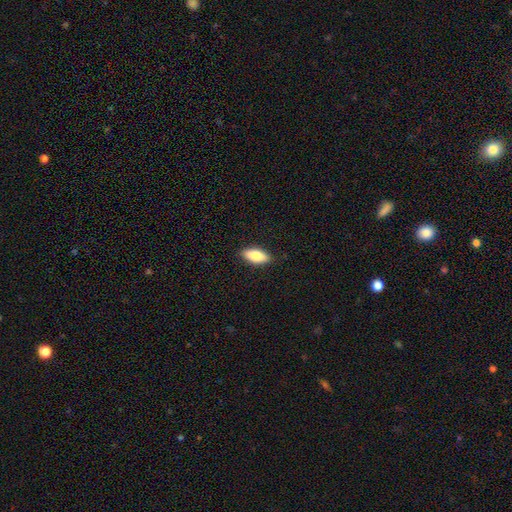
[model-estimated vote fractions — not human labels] Overall: smooth (79%). How rounded: in between (81%). Merging: none (89%).